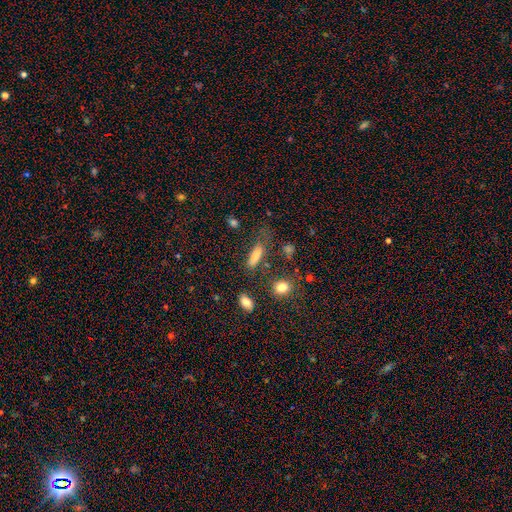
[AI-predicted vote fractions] smooth_or_featured: smooth (p=0.74) [alt: star or artifact p=0.14]
how_rounded: cigar-shaped (p=0.51) [alt: in between p=0.44]
merging: none (p=0.56) [alt: minor disturbance p=0.23]